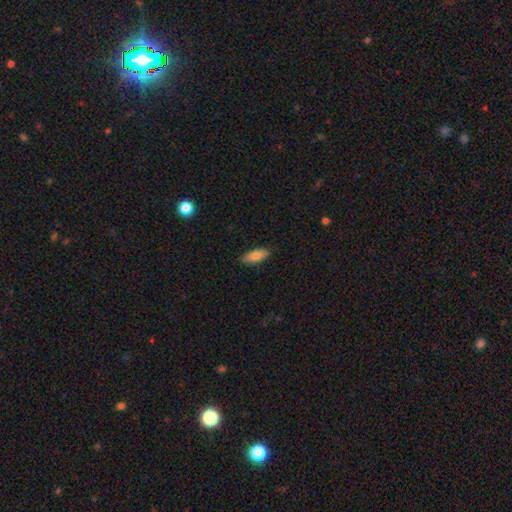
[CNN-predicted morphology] Smooth or featured?
  - smooth: 80% *
  - featured or disk: 14%
  - star or artifact: 6%
How rounded?
  - in between: 76% *
  - cigar-shaped: 22%
  - round: 2%
Merging?
  - none: 86% *
  - minor disturbance: 11%
  - major disturbance: 2%
  - merger: 1%